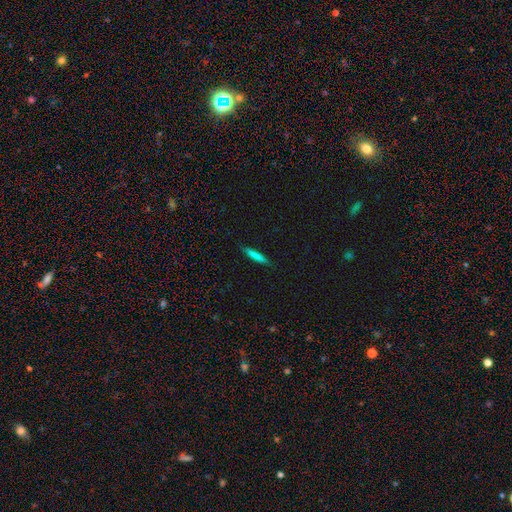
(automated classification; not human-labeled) Smooth or featured? Predicted: smooth (p=0.78). How rounded? Predicted: cigar-shaped (p=0.92). Merging? Predicted: none (p=0.88).